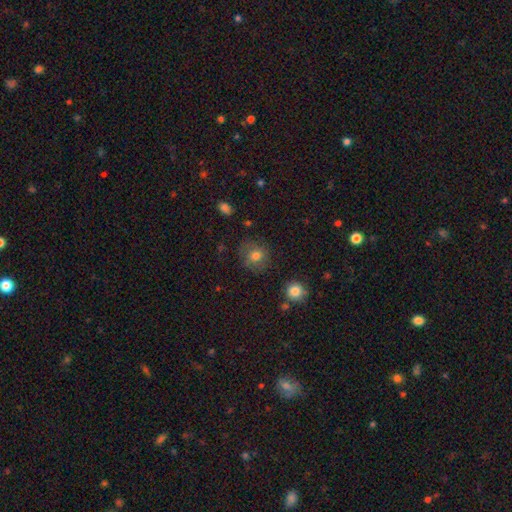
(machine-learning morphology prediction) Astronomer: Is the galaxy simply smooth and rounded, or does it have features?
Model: smooth — 73%.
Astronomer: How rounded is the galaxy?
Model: round — 84%.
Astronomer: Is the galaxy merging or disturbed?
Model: none — 77%.